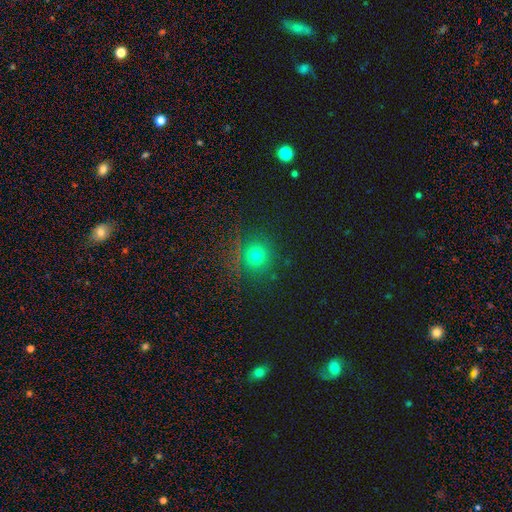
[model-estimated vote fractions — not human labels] Smooth or featured?
  - smooth: 71% *
  - star or artifact: 22%
  - featured or disk: 7%
How rounded?
  - round: 93% *
  - in between: 6%
  - cigar-shaped: 1%
Merging?
  - none: 86% *
  - minor disturbance: 8%
  - major disturbance: 4%
  - merger: 2%